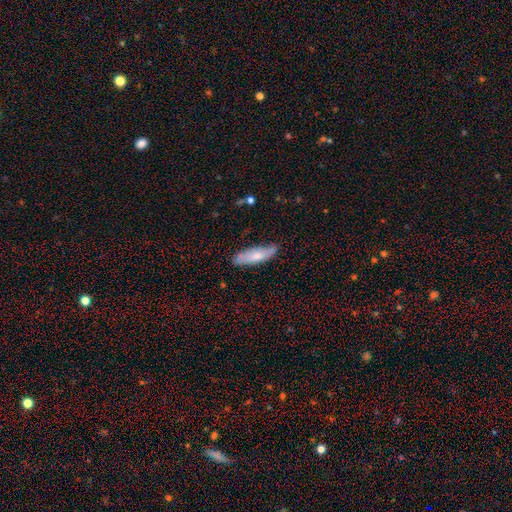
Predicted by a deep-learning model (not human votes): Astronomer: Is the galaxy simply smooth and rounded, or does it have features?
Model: smooth — 66%.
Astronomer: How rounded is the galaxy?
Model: in between — 50% (runner-up: cigar-shaped, 49%).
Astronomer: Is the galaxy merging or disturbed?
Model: none — 76%.